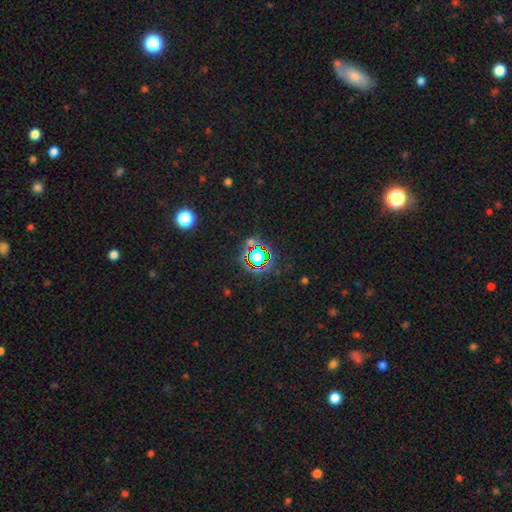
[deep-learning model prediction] This appears to be a star or artifact, not a galaxy (76%).